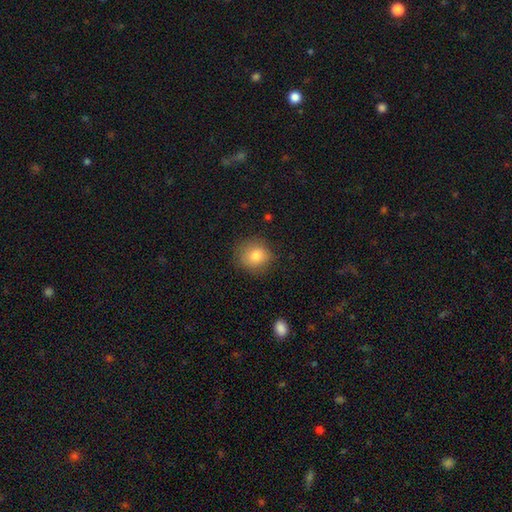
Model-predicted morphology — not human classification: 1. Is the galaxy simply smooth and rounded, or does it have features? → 82% smooth, 10% star or artifact, 8% featured or disk.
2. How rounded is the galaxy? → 83% round, 16% in between, 1% cigar-shaped.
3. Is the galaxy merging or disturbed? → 82% none, 13% minor disturbance, 4% major disturbance, 1% merger.